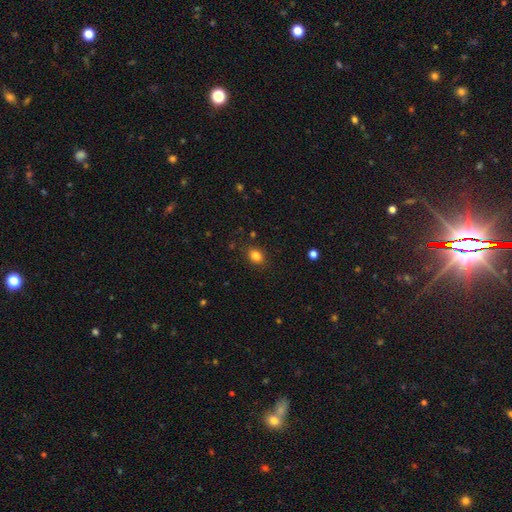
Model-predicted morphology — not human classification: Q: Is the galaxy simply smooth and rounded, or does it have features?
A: smooth — 83%.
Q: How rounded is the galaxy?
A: in between — 65%.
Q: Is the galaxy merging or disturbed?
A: none — 85%.